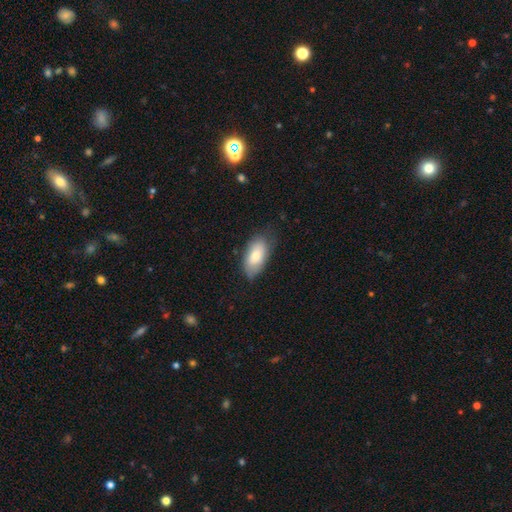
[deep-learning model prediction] This appears to be a smooth galaxy with no disk features (78%) that is in between round and cigar-shaped (92%). Merging: none (72%).